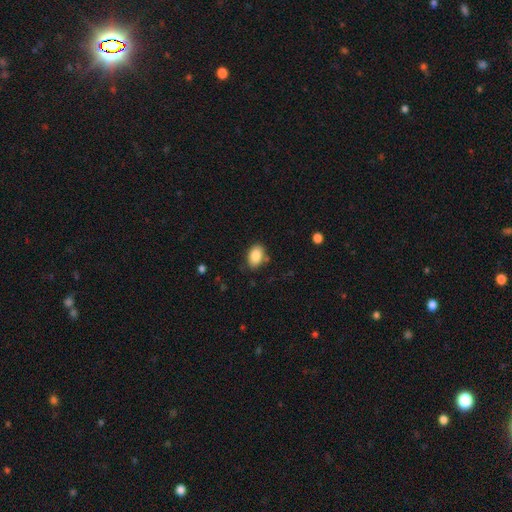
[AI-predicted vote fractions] This appears to be a smooth galaxy with no disk features (87%) that is in between round and cigar-shaped (87%). Merging: none (79%).